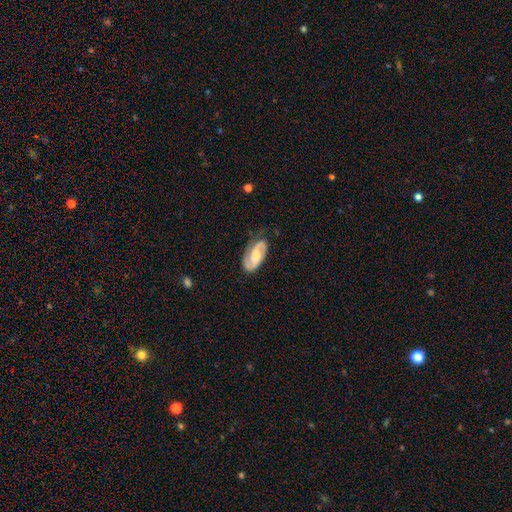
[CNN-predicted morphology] A featured or disk galaxy (79%) with a weak bar (43%), 2 (88%) medium (48%) spiral arms (95%) and a moderate central bulge (51%). Merging: none (75%).